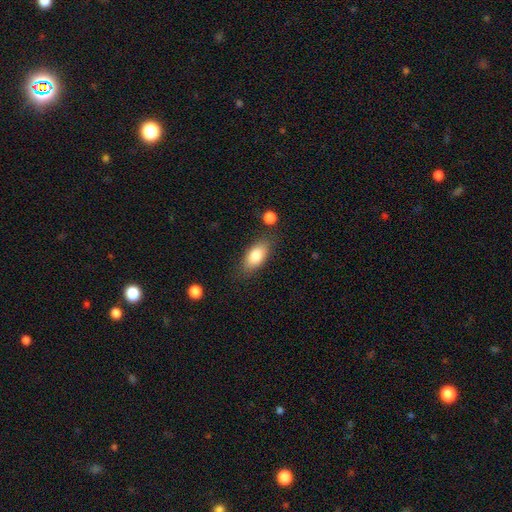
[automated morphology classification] The model was most divided on "merging": none: 78%, minor disturbance: 14%, merger: 4%, major disturbance: 4%. More confident: how rounded — in between (88%); smooth or featured — smooth (81%).